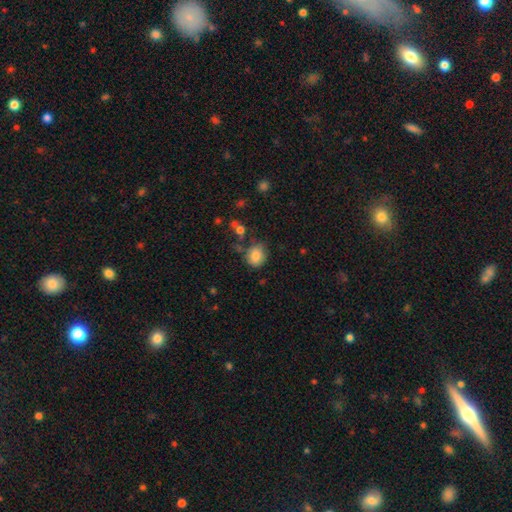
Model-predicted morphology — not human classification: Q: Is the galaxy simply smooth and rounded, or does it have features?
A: smooth — 83%.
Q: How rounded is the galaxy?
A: round — 63%.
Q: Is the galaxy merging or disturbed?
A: none — 67%.